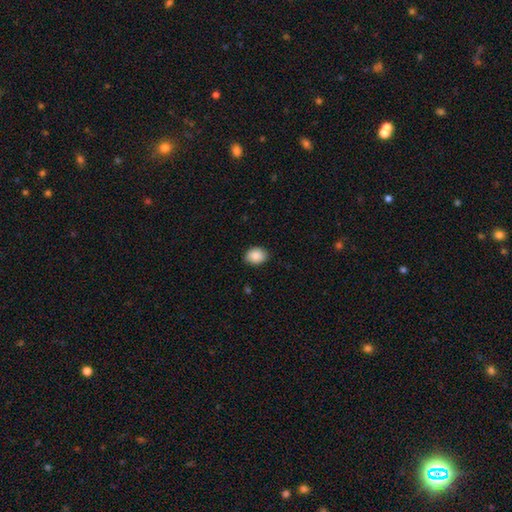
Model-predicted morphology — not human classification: This appears to be a smooth galaxy with no disk features (90%) that is in between round and cigar-shaped (58%). Merging: none (86%).